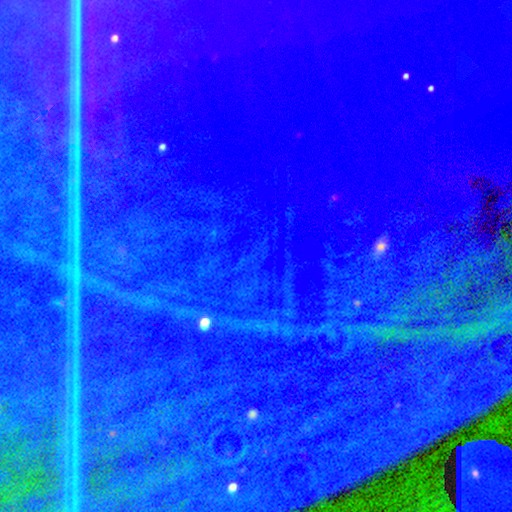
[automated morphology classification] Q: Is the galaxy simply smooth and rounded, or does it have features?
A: star or artifact — 87%.